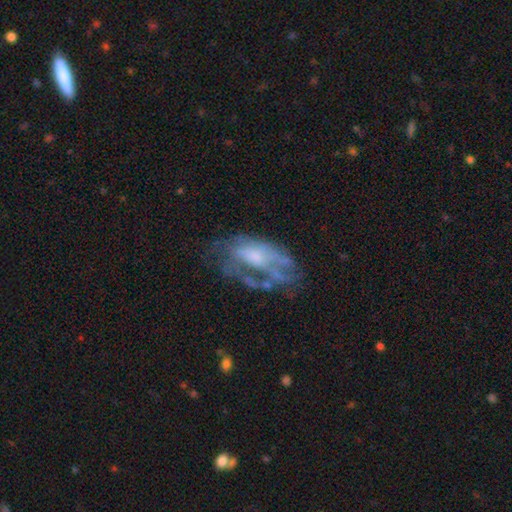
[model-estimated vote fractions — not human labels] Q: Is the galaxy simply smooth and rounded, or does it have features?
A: featured or disk — 63%.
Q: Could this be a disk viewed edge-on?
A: no — 94%.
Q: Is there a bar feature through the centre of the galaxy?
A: no — 71%.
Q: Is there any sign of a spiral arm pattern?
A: no — 56%.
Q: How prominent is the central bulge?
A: moderate — 34%.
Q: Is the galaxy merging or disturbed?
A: major disturbance — 38%.